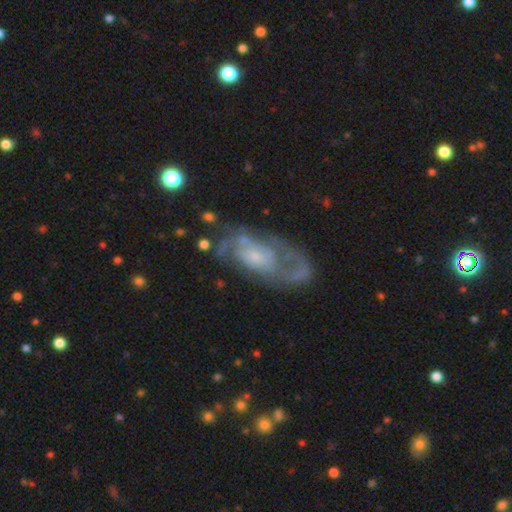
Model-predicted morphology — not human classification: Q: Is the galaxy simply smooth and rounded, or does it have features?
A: featured or disk — 83%.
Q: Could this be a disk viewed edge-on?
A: no — 96%.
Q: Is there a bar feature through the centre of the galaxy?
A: no — 69%.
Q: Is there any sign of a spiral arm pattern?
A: yes — 90%.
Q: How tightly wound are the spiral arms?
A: medium — 45%.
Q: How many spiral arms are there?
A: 2 — 56%.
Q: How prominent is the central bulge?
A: small — 57%.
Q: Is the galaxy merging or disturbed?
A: none — 58%.